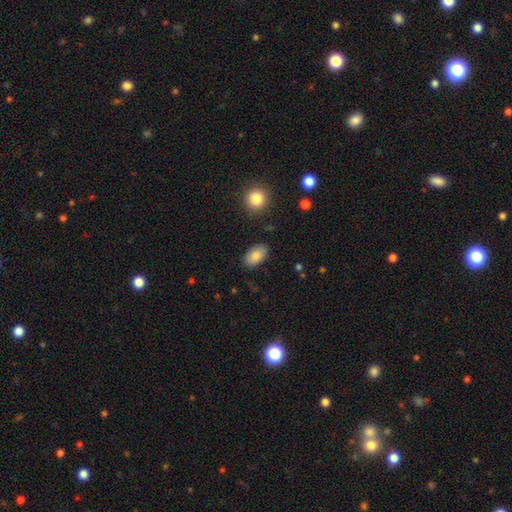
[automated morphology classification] This appears to be a smooth galaxy with no disk features (87%) that is in between round and cigar-shaped (94%). Merging: none (86%).